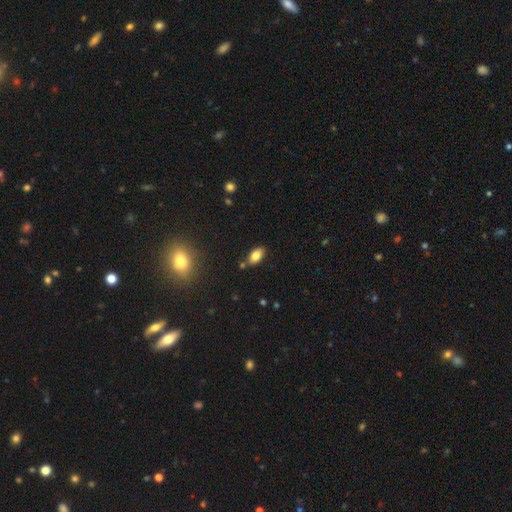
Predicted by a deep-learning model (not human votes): Smooth or featured? Predicted: smooth (p=0.79). How rounded? Predicted: in between (p=0.91). Merging? Predicted: none (p=0.81).